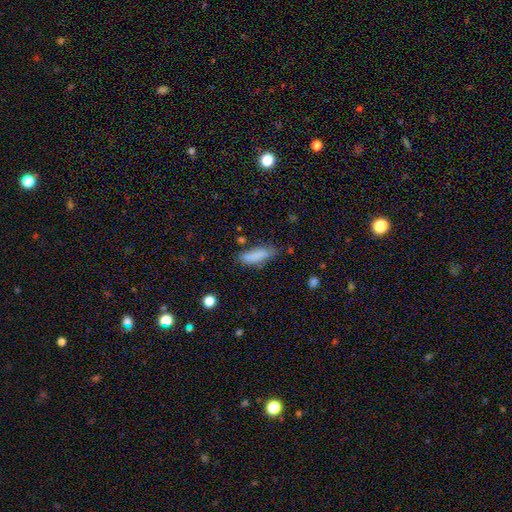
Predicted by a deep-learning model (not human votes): Smooth or featured: smooth — 82% (featured or disk — 10%)
How rounded: in between — 49% (tied with cigar-shaped — 49%)
Merging: none — 65% (minor disturbance — 24%)